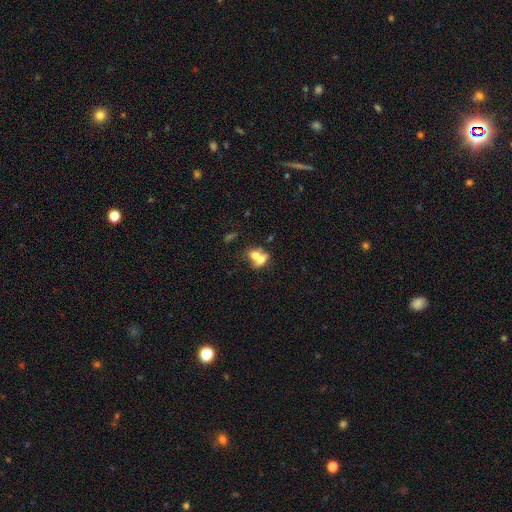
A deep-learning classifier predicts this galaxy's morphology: This is likely a smooth galaxy (61%). How rounded: possibly in between (57%). Merging: likely merger (69%).